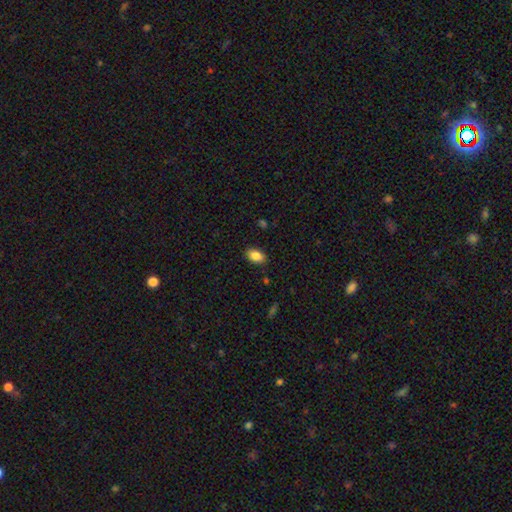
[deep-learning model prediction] Smooth or featured? smooth (86%)
How rounded? in between (88%)
Merging? none (87%)